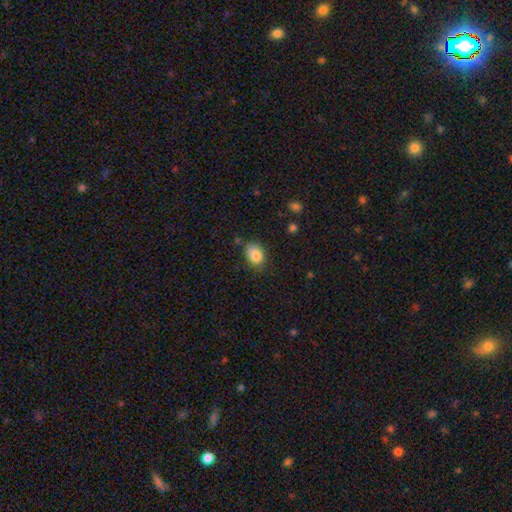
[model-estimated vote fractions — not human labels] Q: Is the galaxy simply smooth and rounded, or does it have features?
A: smooth — 84%.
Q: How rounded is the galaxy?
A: in between — 76%.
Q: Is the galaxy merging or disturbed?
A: none — 69%.